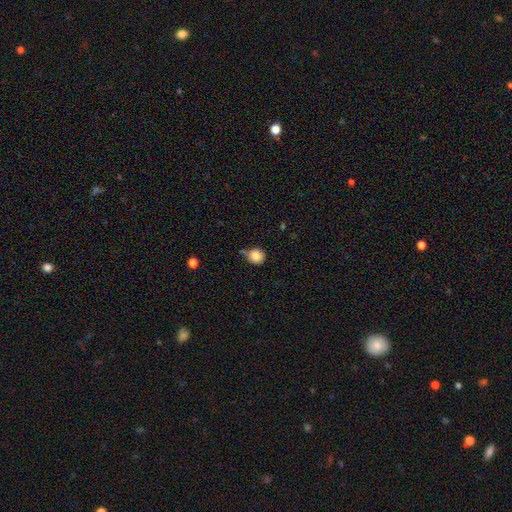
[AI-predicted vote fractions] Smooth or featured?
  - smooth: 82% *
  - star or artifact: 10%
  - featured or disk: 8%
How rounded?
  - round: 78% *
  - in between: 21%
  - cigar-shaped: 1%
Merging?
  - none: 54% *
  - minor disturbance: 28%
  - merger: 11%
  - major disturbance: 7%